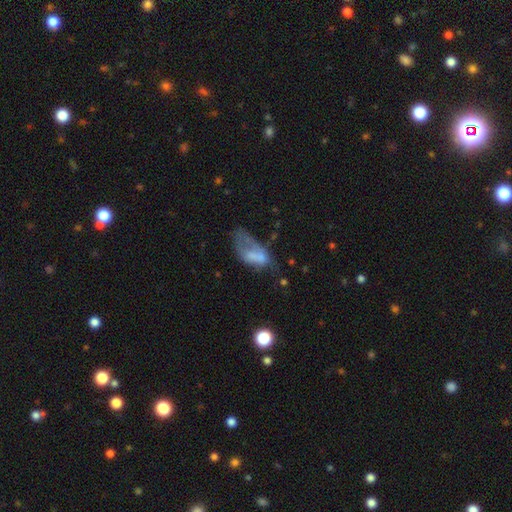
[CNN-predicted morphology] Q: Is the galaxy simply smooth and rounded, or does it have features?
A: smooth — 56%.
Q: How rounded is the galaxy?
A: in between — 89%.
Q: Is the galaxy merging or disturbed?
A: major disturbance — 46%.